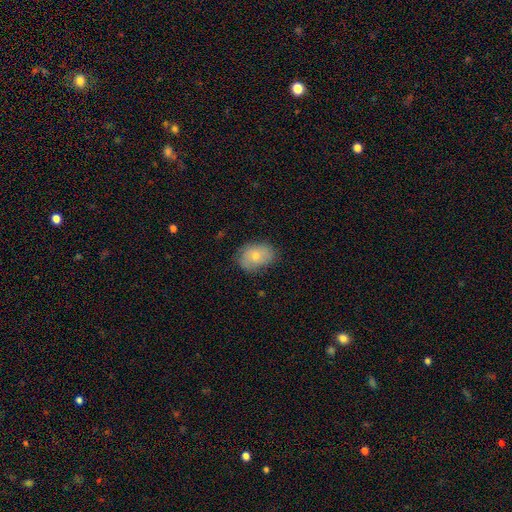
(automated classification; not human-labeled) A smooth galaxy with no disk features (72%) that is in between round and cigar-shaped (73%). Merging: none (73%).